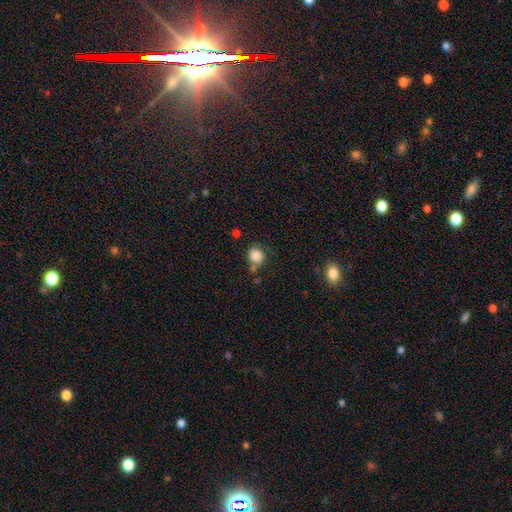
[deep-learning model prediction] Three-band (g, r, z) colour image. It shows a smooth galaxy with no disk features (85%) that is round (80%). Merging: none (66%).